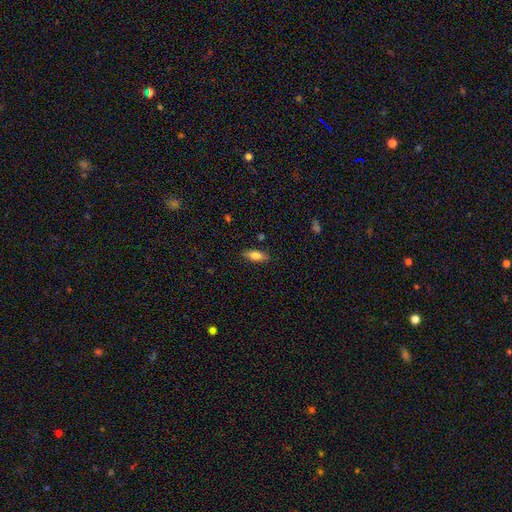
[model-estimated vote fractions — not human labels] The model was most divided on "how rounded": in between: 73%, cigar-shaped: 24%, round: 3%. More confident: merging — none (86%); smooth or featured — smooth (73%).